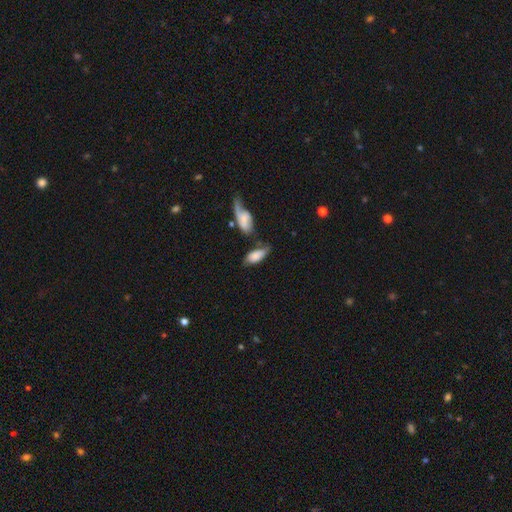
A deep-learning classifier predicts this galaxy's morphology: smooth_or_featured: smooth (p=0.73) [alt: featured or disk p=0.19]
how_rounded: in between (p=0.89) [alt: cigar-shaped p=0.08]
merging: none (p=0.38) [alt: merger p=0.25]